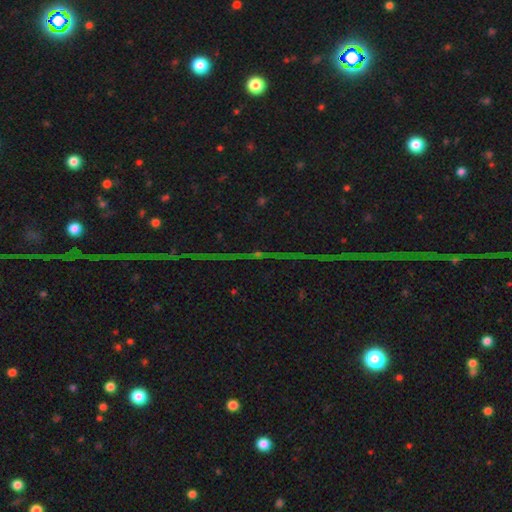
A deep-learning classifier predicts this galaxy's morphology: A star or artifact, not a galaxy (78%).

Vote fractions:
- Smooth or featured? star or artifact: 78% / featured or disk: 12% / smooth: 10%